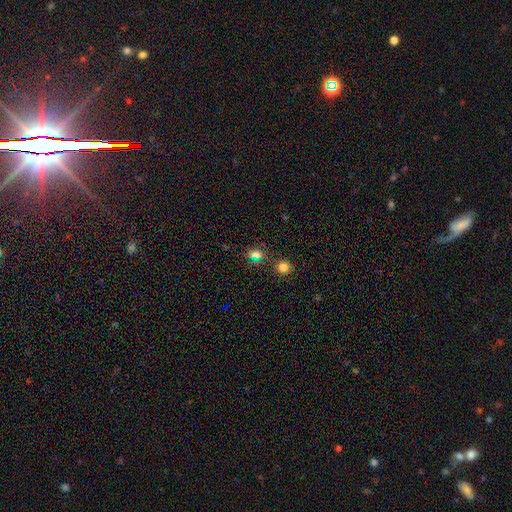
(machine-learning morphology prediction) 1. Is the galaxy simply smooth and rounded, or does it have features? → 55% smooth, 37% star or artifact, 8% featured or disk.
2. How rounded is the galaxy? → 59% round, 37% in between, 4% cigar-shaped.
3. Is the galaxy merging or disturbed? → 79% none, 10% minor disturbance, 6% merger, 5% major disturbance.